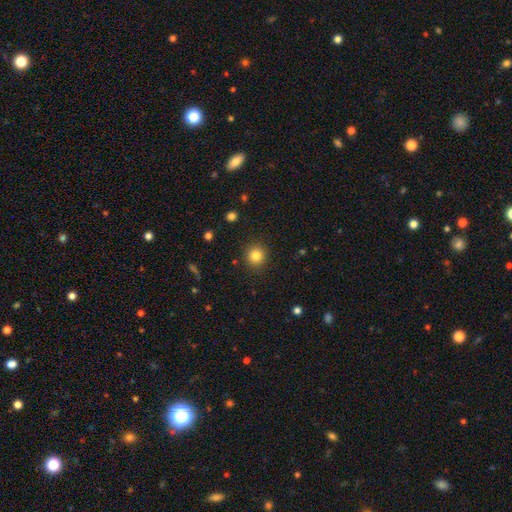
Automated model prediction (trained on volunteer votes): Smooth or featured? smooth (82%)
How rounded? round (93%)
Merging? none (91%)